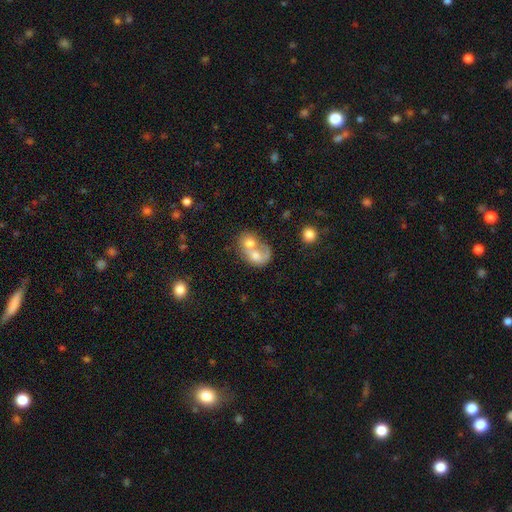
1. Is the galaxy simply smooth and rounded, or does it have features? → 55% smooth, 45% featured or disk, 0% star or artifact.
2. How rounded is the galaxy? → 57% round, 38% in between, 5% cigar-shaped.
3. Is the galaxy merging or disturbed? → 66% merger, 16% none, 13% major disturbance, 5% minor disturbance.